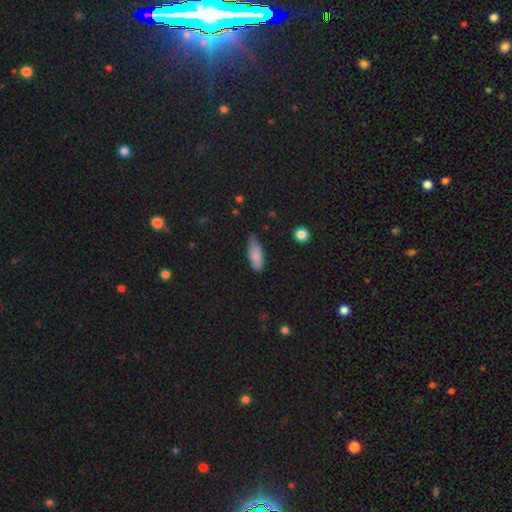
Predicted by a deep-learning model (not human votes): Smooth or featured? Predicted: smooth (p=0.82). How rounded? Predicted: in between (p=0.73). Merging? Predicted: none (p=0.61).